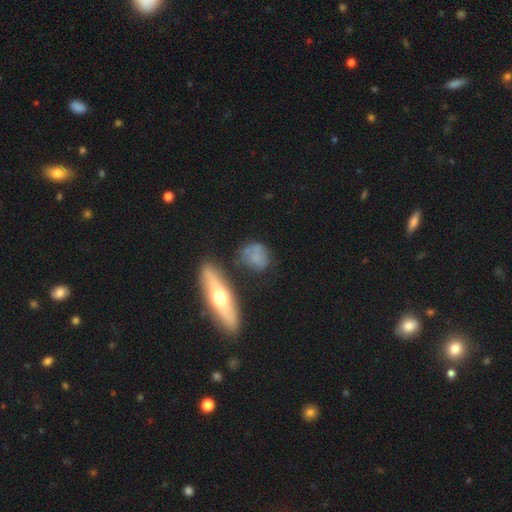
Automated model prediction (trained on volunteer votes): The model was most divided on "how rounded": round: 59%, in between: 35%, cigar-shaped: 6%. More confident: merging — none (59%); smooth or featured — smooth (59%).